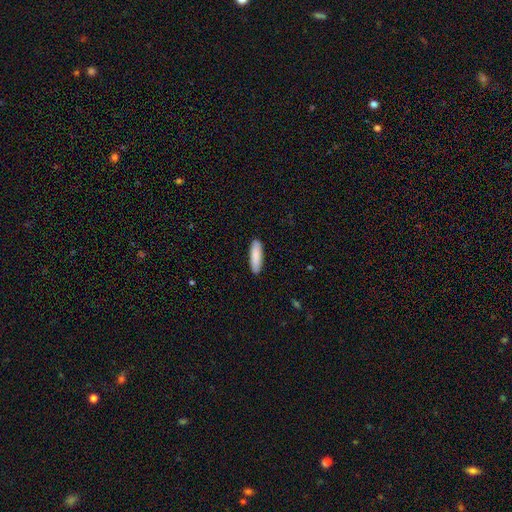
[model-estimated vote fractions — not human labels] smooth 88%, featured or disk 7%, star or artifact 5%. Down the decision tree: how rounded — cigar-shaped (60%); merging — none (90%).